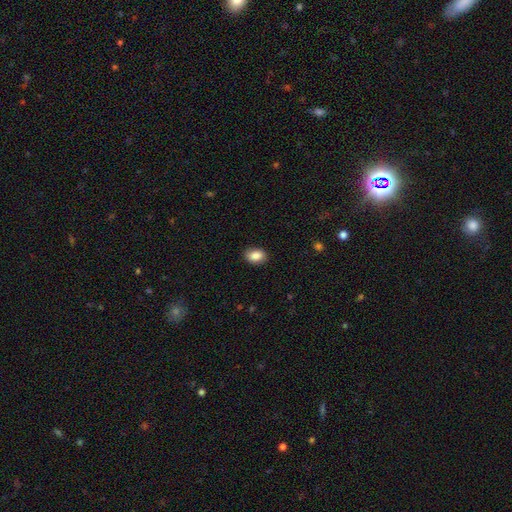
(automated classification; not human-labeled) Smooth or featured: smooth — 87% (star or artifact — 8%)
How rounded: in between — 79% (round — 20%)
Merging: none — 87% (minor disturbance — 10%)